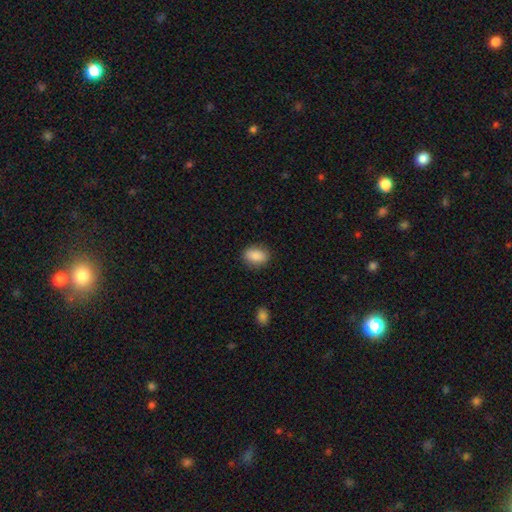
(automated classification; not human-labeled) smooth 87%, star or artifact 8%, featured or disk 6%. Down the decision tree: how rounded — in between (79%); merging — none (86%).